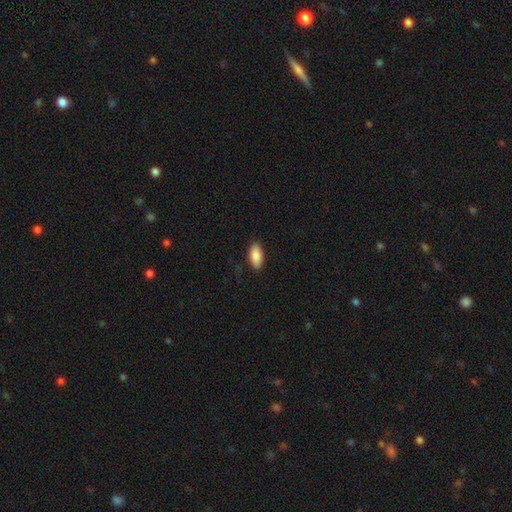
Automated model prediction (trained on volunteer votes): Smooth or featured?
  - smooth: 88% *
  - star or artifact: 6%
  - featured or disk: 6%
How rounded?
  - in between: 91% *
  - cigar-shaped: 7%
  - round: 2%
Merging?
  - none: 87% *
  - minor disturbance: 10%
  - major disturbance: 2%
  - merger: 1%